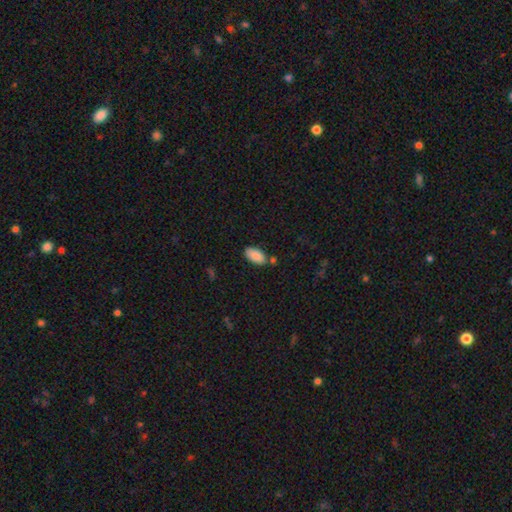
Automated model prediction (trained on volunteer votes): A smooth galaxy with no disk features (87%) that is in between round and cigar-shaped (94%).

Vote fractions:
- Smooth or featured? smooth: 87% / star or artifact: 7% / featured or disk: 6%
- How rounded? in between: 94% / cigar-shaped: 4% / round: 2%
- Merging? none: 75% / minor disturbance: 14% / merger: 8% / major disturbance: 3%